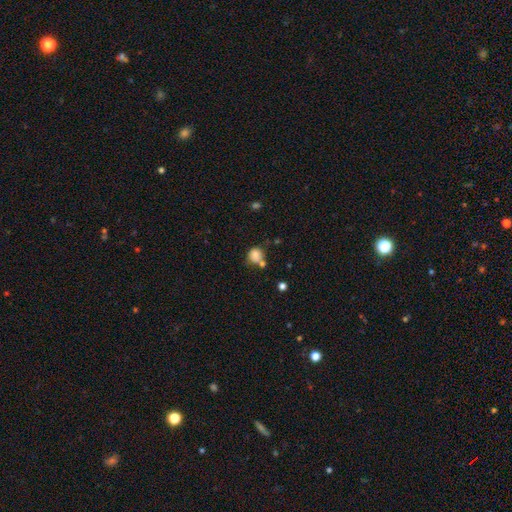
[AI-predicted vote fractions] The model was most divided on "merging": none: 52%, merger: 27%, minor disturbance: 16%, major disturbance: 6%. More confident: how rounded — round (84%); smooth or featured — smooth (79%).